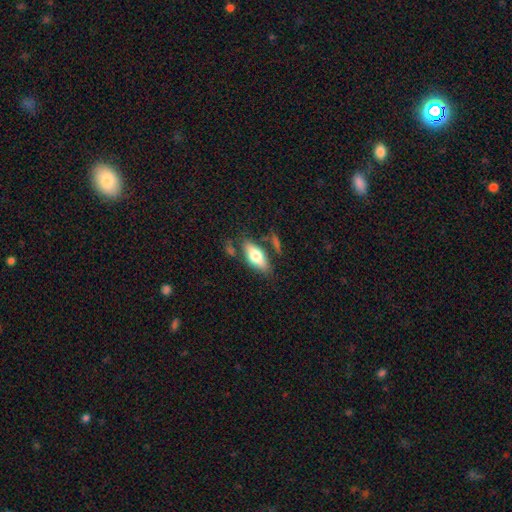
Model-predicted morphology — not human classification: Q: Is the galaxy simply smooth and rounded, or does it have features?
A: smooth — 67%.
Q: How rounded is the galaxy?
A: in between — 79%.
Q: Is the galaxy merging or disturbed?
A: none — 69%.